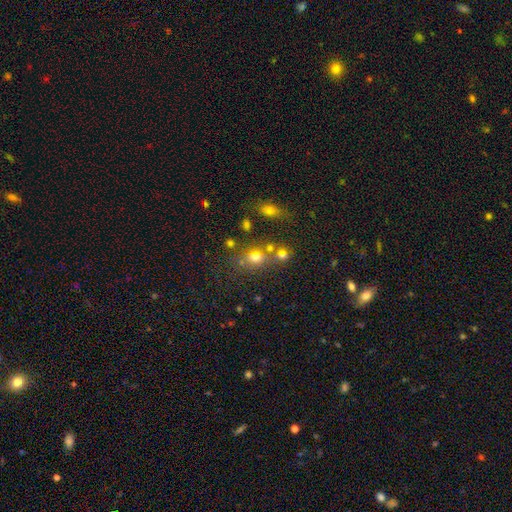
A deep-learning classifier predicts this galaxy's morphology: Q: Smooth or featured?
A: smooth (60%); runner-up: star or artifact (22%)
Q: How rounded?
A: in between (50%); runner-up: round (45%)
Q: Merging?
A: none (53%); runner-up: merger (28%)